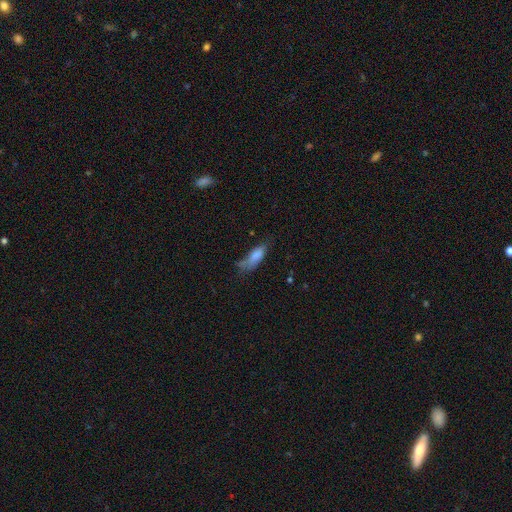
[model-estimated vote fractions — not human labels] A smooth galaxy with no disk features (78%) that is in between round and cigar-shaped (66%).

Vote fractions:
- Smooth or featured? smooth: 78% / featured or disk: 14% / star or artifact: 8%
- How rounded? in between: 66% / cigar-shaped: 31% / round: 3%
- Merging? minor disturbance: 36% / none: 35% / major disturbance: 23% / merger: 6%